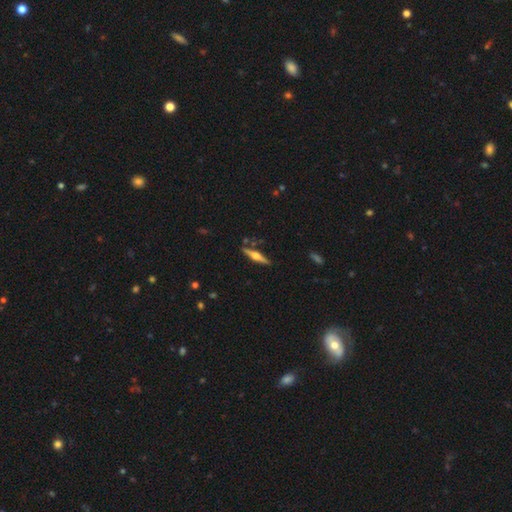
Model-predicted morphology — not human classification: This appears to be a featured or disk galaxy (72%) viewed edge-on (98%) with a rounded central bulge (93%). Merging: none (86%).